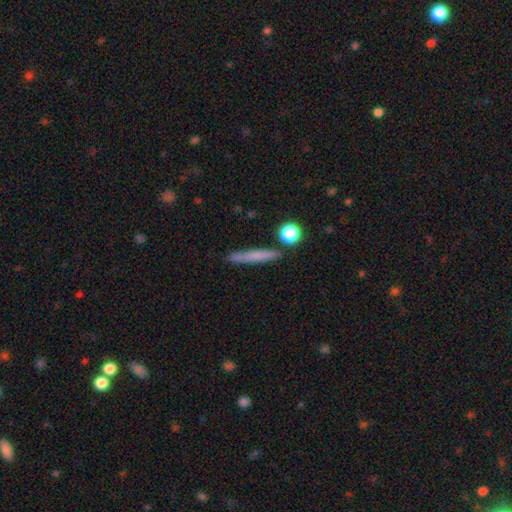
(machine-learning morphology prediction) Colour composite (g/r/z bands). It shows a smooth galaxy with no disk features (66%) that is cigar-shaped (93%). Merging: none (85%).